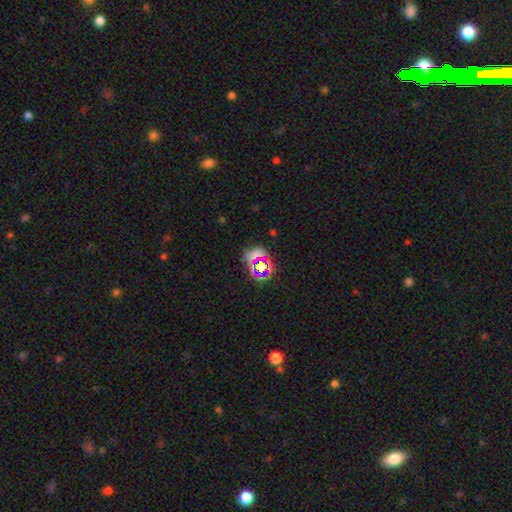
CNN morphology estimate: Smooth or featured? Predicted: star or artifact (p=0.54).